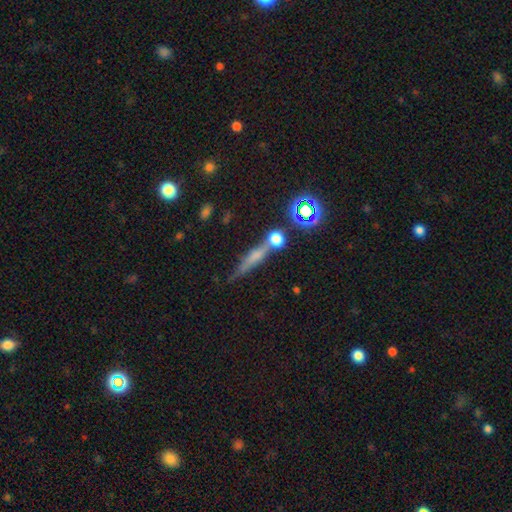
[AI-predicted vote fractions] A smooth galaxy with no disk features (40%).

Vote fractions:
- Smooth or featured? smooth: 40% / featured or disk: 38% / star or artifact: 22%
- Merging? none: 60% / merger: 19% / minor disturbance: 14% / major disturbance: 7%